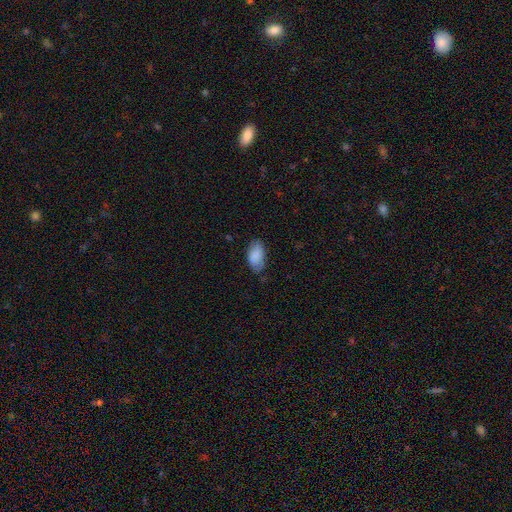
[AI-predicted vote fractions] This is clearly a smooth galaxy (86%). How rounded: clearly in between (94%). Merging: likely none (69%).